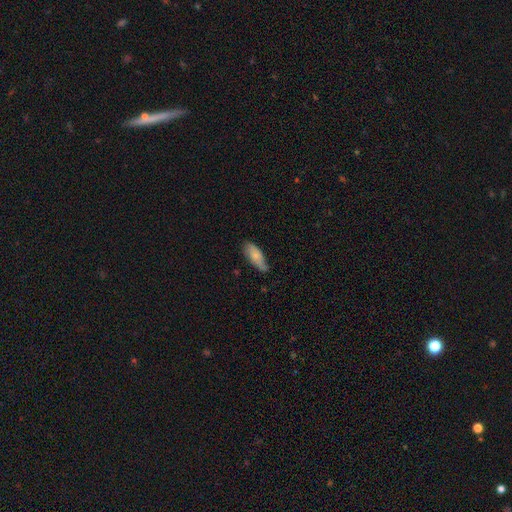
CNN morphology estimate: Overall: smooth (72%). How rounded: in between (77%). Merging: none (62%; minor disturbance 30%).